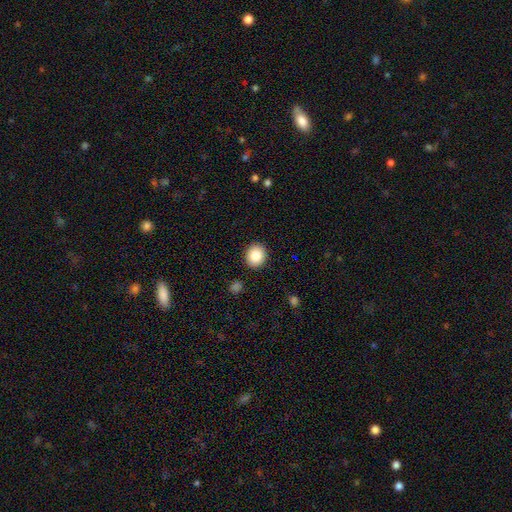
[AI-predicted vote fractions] smooth-or-featured: smooth: 87% | star or artifact: 8% | featured or disk: 5%
  how-rounded: round: 79% | in between: 20% | cigar-shaped: 1%
  merging: none: 90% | minor disturbance: 6% | major disturbance: 2% | merger: 1%